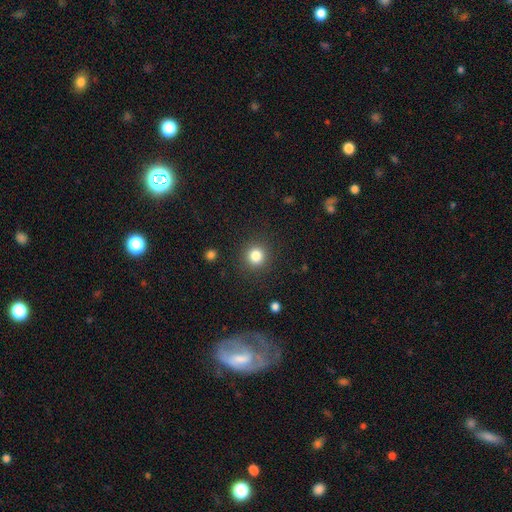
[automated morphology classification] This is clearly a smooth galaxy (82%). How rounded: clearly round (93%). Merging: clearly none (90%).